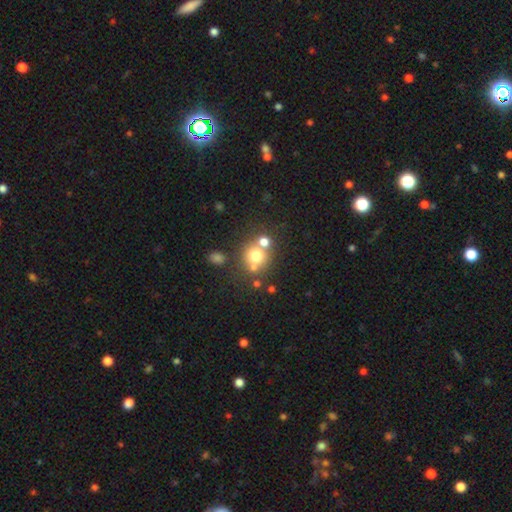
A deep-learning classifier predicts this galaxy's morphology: A smooth galaxy with no disk features (68%) that is round (85%).

Vote fractions:
- Smooth or featured? smooth: 68% / star or artifact: 16% / featured or disk: 16%
- How rounded? round: 85% / in between: 14% / cigar-shaped: 1%
- Merging? none: 58% / merger: 28% / minor disturbance: 10% / major disturbance: 5%